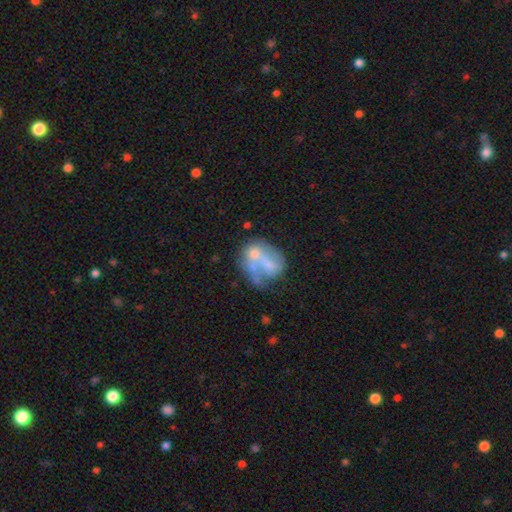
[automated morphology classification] This appears to be a featured or disk galaxy (53%) with no bar (73%), no spiral arms (77%) and no central bulge (40%). Merging: merger (31%).